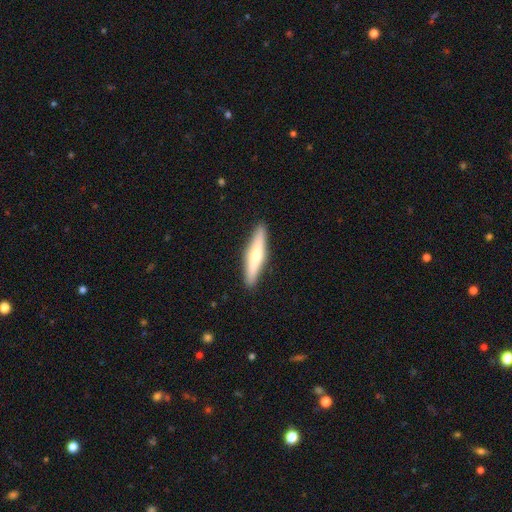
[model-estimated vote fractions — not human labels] Smooth or featured?
  - smooth: 55% *
  - featured or disk: 40%
  - star or artifact: 5%
How rounded?
  - cigar-shaped: 86% *
  - in between: 12%
  - round: 1%
Merging?
  - none: 90% *
  - minor disturbance: 7%
  - major disturbance: 2%
  - merger: 1%